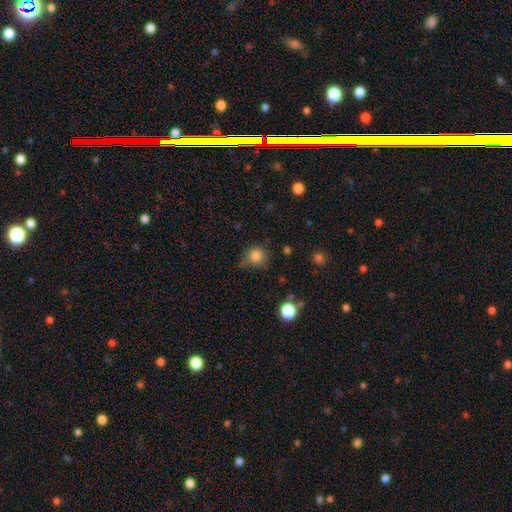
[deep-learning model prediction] This is clearly a smooth galaxy (82%). How rounded: clearly round (90%). Merging: likely none (67%).